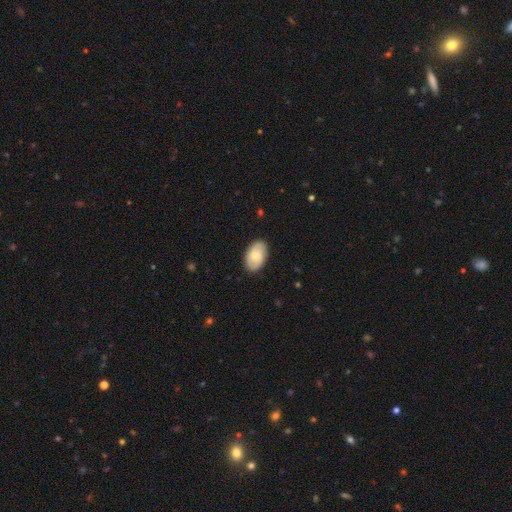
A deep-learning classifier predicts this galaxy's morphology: Smooth or featured? Predicted: smooth (p=0.63). How rounded? Predicted: in between (p=0.93). Merging? Predicted: none (p=0.86).